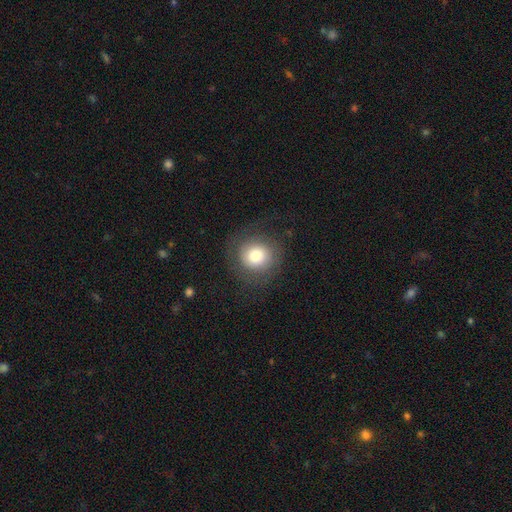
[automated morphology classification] smooth-or-featured: smooth: 69% | featured or disk: 21% | star or artifact: 9%
  how-rounded: round: 90% | in between: 9% | cigar-shaped: 1%
  merging: none: 80% | minor disturbance: 11% | major disturbance: 8% | merger: 1%